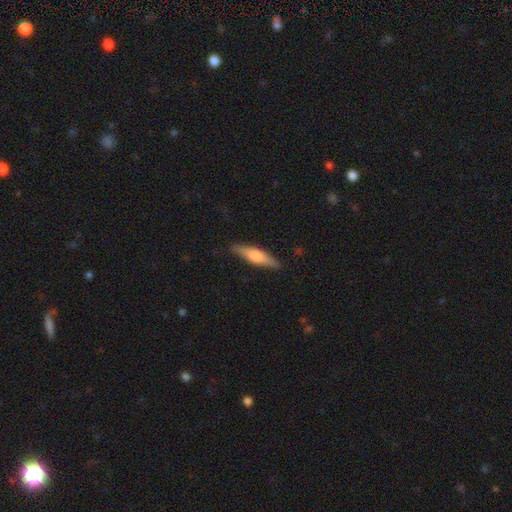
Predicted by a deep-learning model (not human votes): Smooth or featured?
  - smooth: 57% *
  - featured or disk: 38%
  - star or artifact: 5%
How rounded?
  - cigar-shaped: 71% *
  - in between: 27%
  - round: 2%
Merging?
  - none: 86% *
  - minor disturbance: 11%
  - major disturbance: 2%
  - merger: 1%